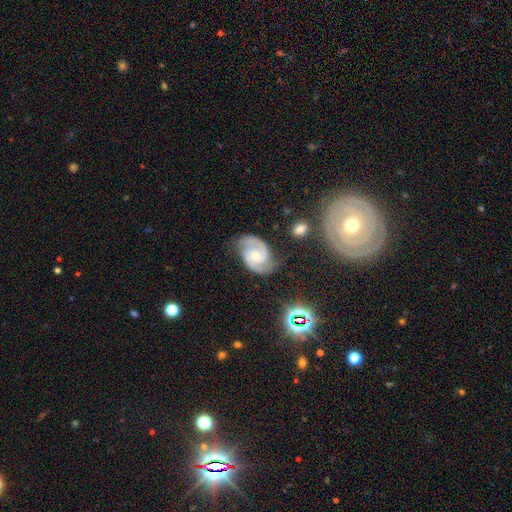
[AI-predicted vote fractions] This appears to be a featured or disk galaxy (88%) with no bar (54%), 2 (92%) medium (55%) spiral arms (98%) and a moderate central bulge (50%). Merging: none (74%).